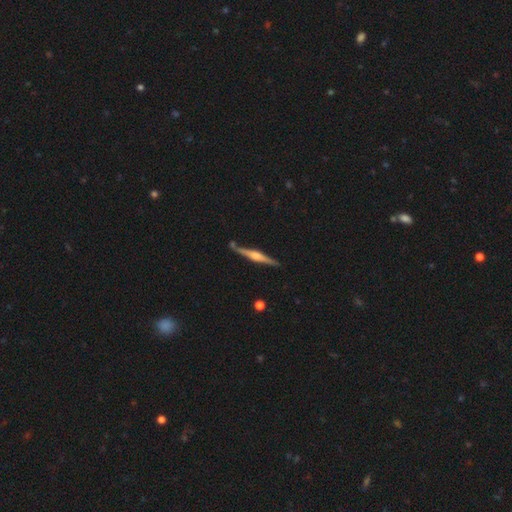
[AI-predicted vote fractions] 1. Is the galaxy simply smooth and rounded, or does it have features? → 77% featured or disk, 18% smooth, 6% star or artifact.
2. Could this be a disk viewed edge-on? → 98% yes, 2% no.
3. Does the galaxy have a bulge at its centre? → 73% rounded, 21% boxy, 6% none.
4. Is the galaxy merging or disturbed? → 85% none, 10% minor disturbance, 3% merger, 2% major disturbance.